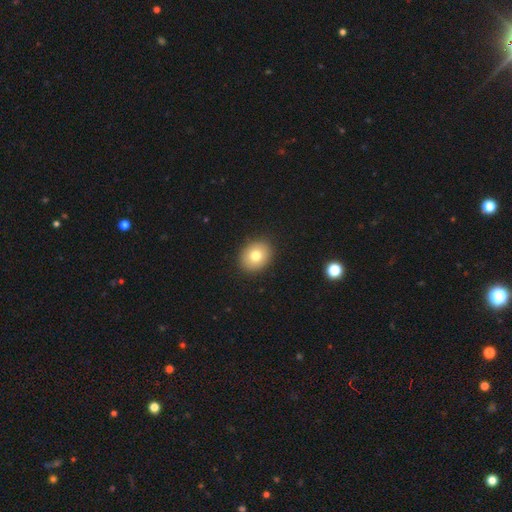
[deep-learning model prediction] Smooth or featured? Predicted: smooth (p=0.77). How rounded? Predicted: round (p=0.54). Merging? Predicted: none (p=0.91).